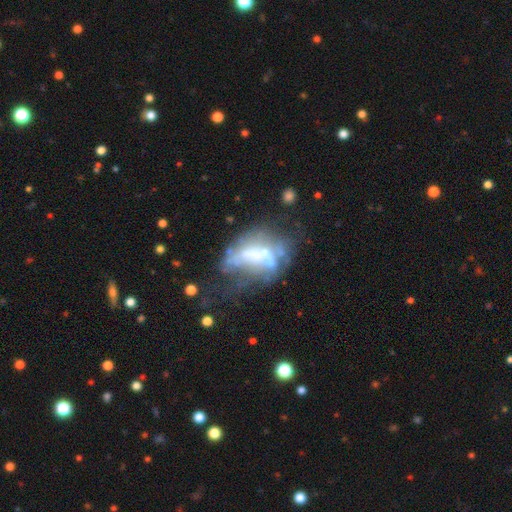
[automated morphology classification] Smooth or featured? Predicted: featured or disk (p=0.60). Edge-on disk? Predicted: no (p=0.94). Bar? Predicted: no (p=0.68). Spiral arms? Predicted: no (p=0.87). Bulge size? Predicted: none (p=0.41). Merging? Predicted: major disturbance (p=0.37).